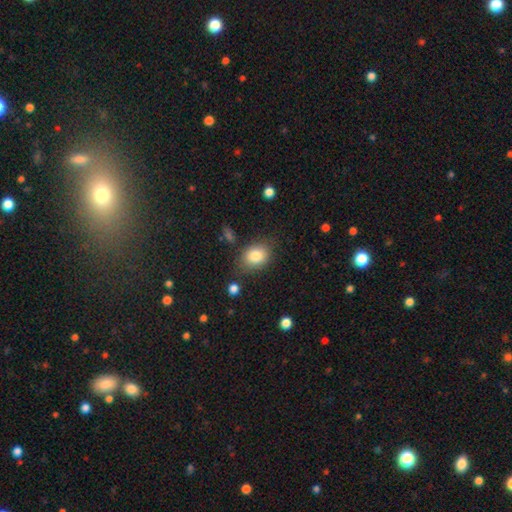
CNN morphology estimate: A smooth galaxy with no disk features (83%) that is in between round and cigar-shaped (65%).

Vote fractions:
- Smooth or featured? smooth: 83% / star or artifact: 9% / featured or disk: 9%
- How rounded? in between: 65% / round: 34% / cigar-shaped: 1%
- Merging? none: 75% / minor disturbance: 16% / major disturbance: 5% / merger: 3%